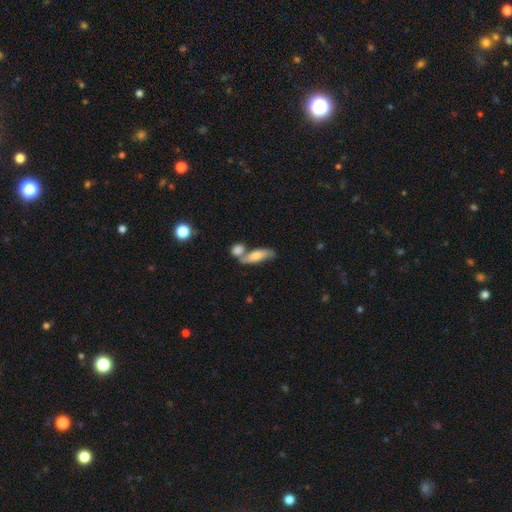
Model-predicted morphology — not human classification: smooth-or-featured: smooth: 59% | featured or disk: 33% | star or artifact: 7%
  how-rounded: in between: 56% | cigar-shaped: 40% | round: 4%
  merging: none: 41% | merger: 40% | minor disturbance: 13% | major disturbance: 6%